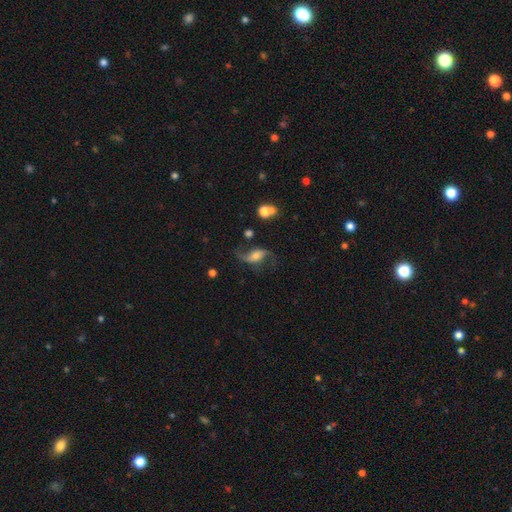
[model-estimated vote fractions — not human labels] Smooth or featured? featured or disk (82%)
Edge-on disk? no (96%)
Bar? no (43%)
Spiral arms? yes (95%)
Spiral winding? loose (85%)
Spiral arm count? 2 (92%)
Bulge size? moderate (43%)
Merging? none (67%)